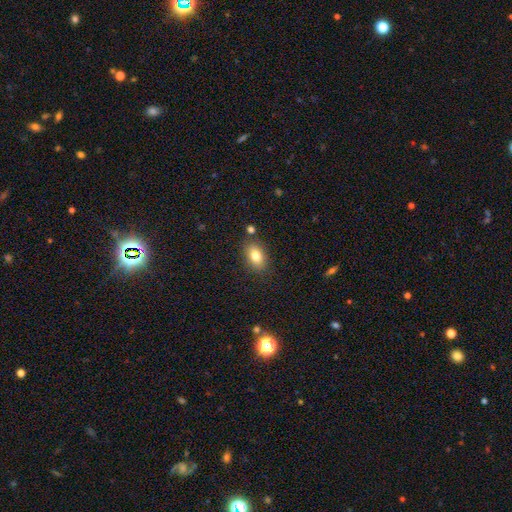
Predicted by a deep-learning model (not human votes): This appears to be a smooth galaxy with no disk features (81%) that is in between round and cigar-shaped (84%). Merging: none (82%).